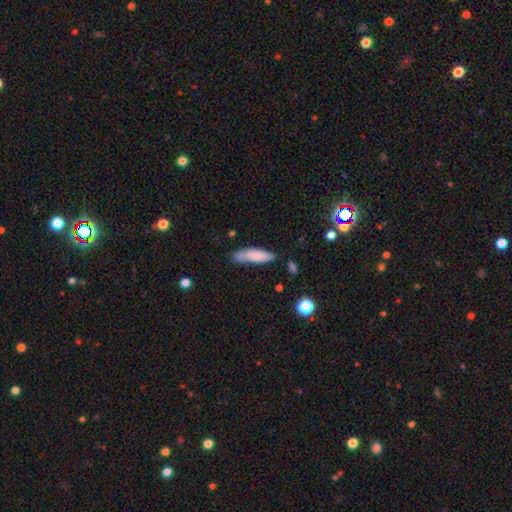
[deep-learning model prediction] Smooth or featured: smooth — 78% (featured or disk — 16%)
How rounded: cigar-shaped — 67% (in between — 31%)
Merging: none — 66% (minor disturbance — 24%)